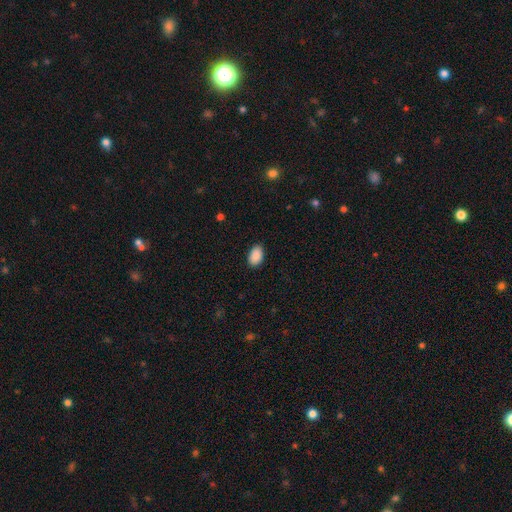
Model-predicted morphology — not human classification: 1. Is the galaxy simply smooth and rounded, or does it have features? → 90% smooth, 7% star or artifact, 3% featured or disk.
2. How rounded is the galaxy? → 92% in between, 7% round, 1% cigar-shaped.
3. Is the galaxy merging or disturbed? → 86% none, 10% minor disturbance, 2% major disturbance, 1% merger.